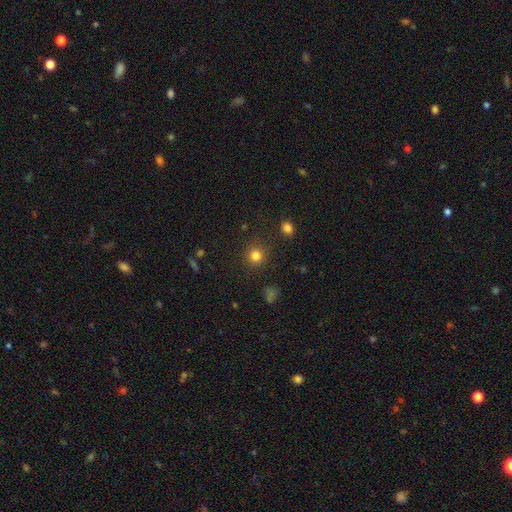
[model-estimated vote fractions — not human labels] Q: Smooth or featured?
A: smooth (80%); runner-up: star or artifact (14%)
Q: How rounded?
A: round (92%); runner-up: in between (7%)
Q: Merging?
A: none (88%); runner-up: minor disturbance (7%)